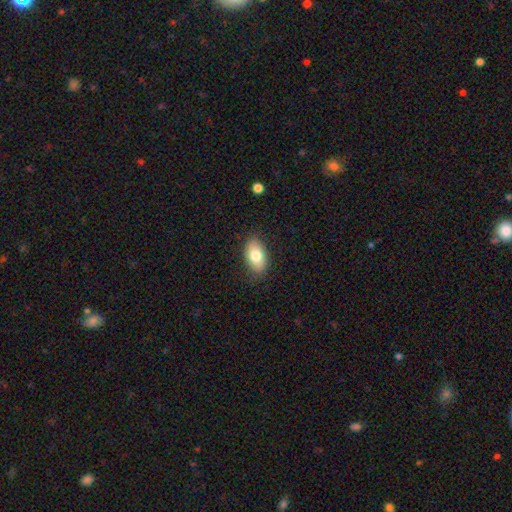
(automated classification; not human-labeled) This appears to be a smooth galaxy with no disk features (78%) that is in between round and cigar-shaped (92%). Merging: none (85%).